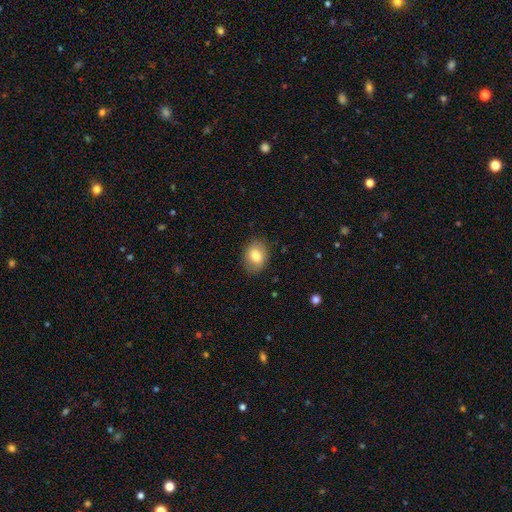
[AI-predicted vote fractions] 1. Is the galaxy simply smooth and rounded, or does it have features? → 79% smooth, 13% featured or disk, 8% star or artifact.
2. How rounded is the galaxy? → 65% in between, 34% round, 1% cigar-shaped.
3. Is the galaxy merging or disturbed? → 84% none, 12% minor disturbance, 3% major disturbance, 1% merger.